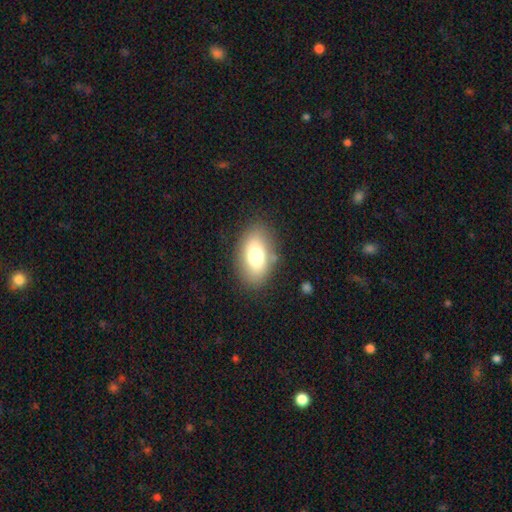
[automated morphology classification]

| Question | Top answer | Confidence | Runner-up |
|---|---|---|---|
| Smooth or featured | smooth | 73% | featured or disk (18%) |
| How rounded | in between | 88% | round (10%) |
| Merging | none | 82% | minor disturbance (12%) |